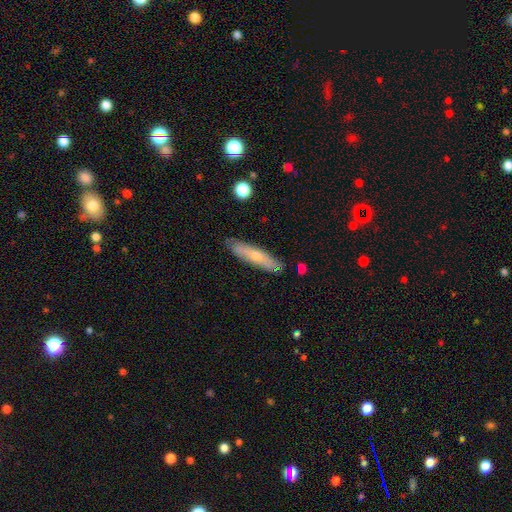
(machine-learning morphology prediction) Smooth or featured?
  - smooth: 54% *
  - featured or disk: 39%
  - star or artifact: 6%
How rounded?
  - cigar-shaped: 80% *
  - in between: 18%
  - round: 2%
Merging?
  - none: 81% *
  - minor disturbance: 14%
  - merger: 3%
  - major disturbance: 2%